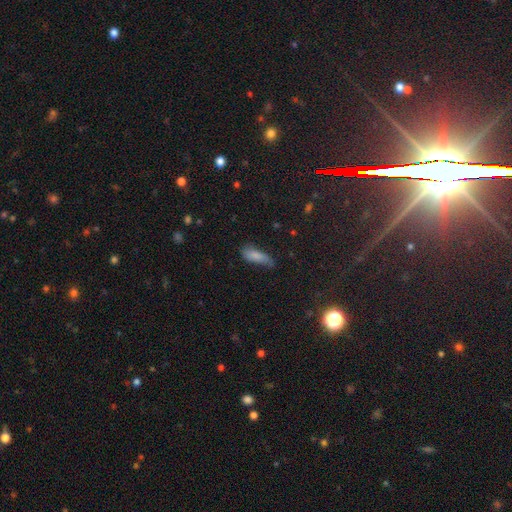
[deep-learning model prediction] The model was most divided on "merging": none: 44%, minor disturbance: 40%, major disturbance: 13%, merger: 3%. More confident: smooth or featured — smooth (80%); how rounded — in between (63%).